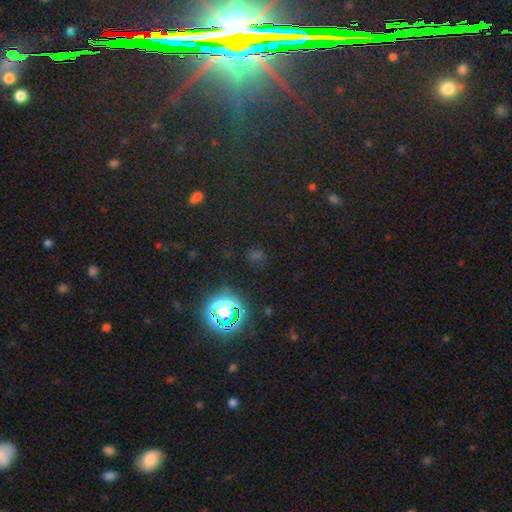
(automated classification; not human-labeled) Morphology: type=star or artifact (63%).